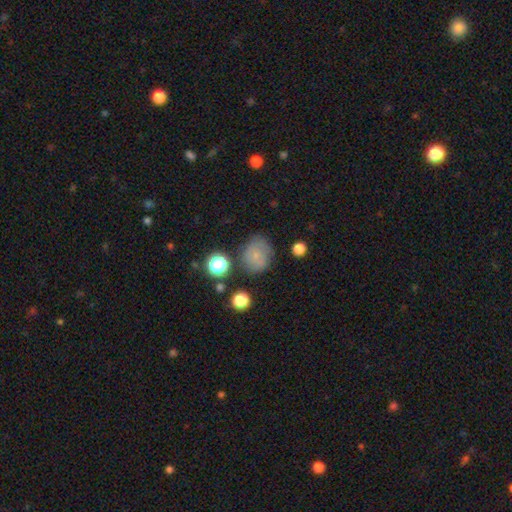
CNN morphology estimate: Overall: smooth (66%). How rounded: round (70%). Merging: none (67%).